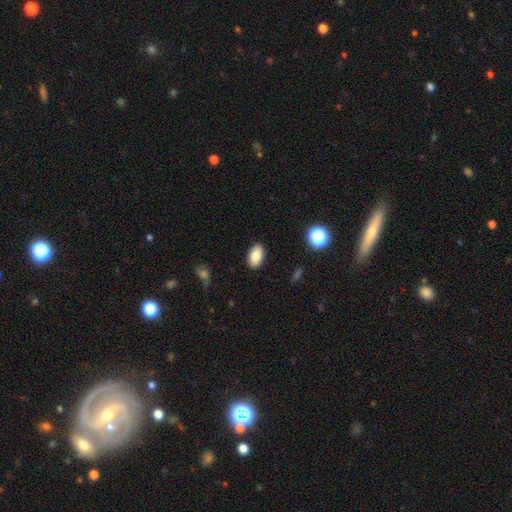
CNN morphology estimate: type=smooth (82%); roundness=in between (93%); merging=none (89%).